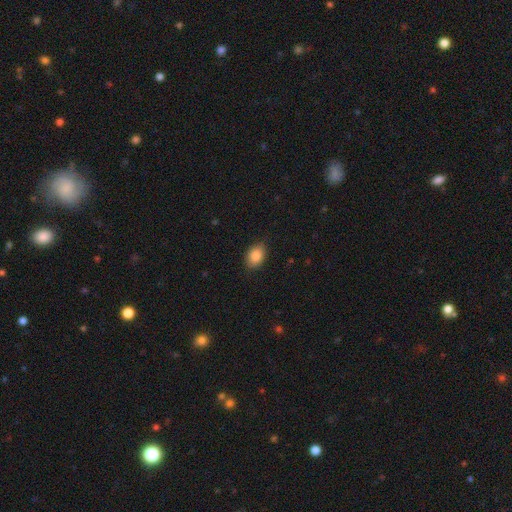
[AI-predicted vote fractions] The model was most divided on "how rounded": in between: 78%, round: 21%, cigar-shaped: 1%. More confident: smooth or featured — smooth (85%); merging — none (85%).